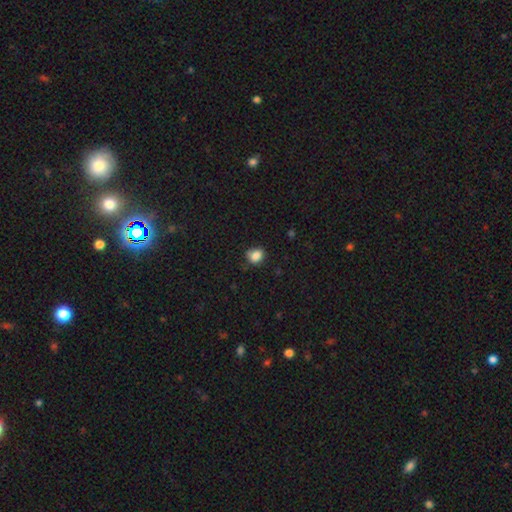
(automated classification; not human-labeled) The model was most divided on "how rounded": round: 55%, in between: 44%, cigar-shaped: 1%. More confident: smooth or featured — smooth (84%); merging — none (67%).